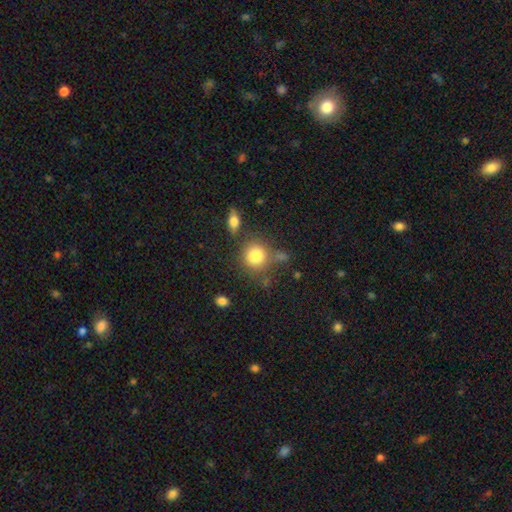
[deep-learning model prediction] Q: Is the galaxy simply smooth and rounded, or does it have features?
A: smooth — 82%.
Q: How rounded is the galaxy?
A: round — 78%.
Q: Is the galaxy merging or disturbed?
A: none — 61%.